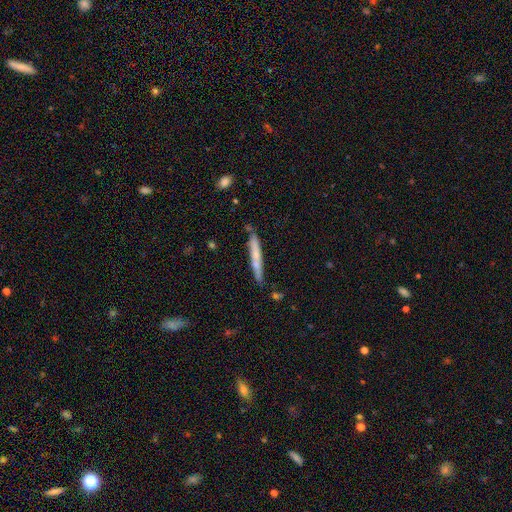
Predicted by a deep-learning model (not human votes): Smooth or featured? Predicted: smooth (p=0.55). How rounded? Predicted: cigar-shaped (p=0.95). Merging? Predicted: none (p=0.81).